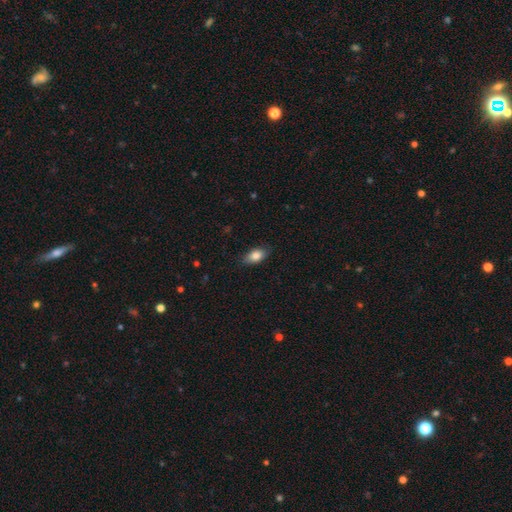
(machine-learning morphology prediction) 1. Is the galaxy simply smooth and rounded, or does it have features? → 84% smooth, 9% featured or disk, 7% star or artifact.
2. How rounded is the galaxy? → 89% in between, 6% round, 5% cigar-shaped.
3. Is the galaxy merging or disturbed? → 82% none, 15% minor disturbance, 3% major disturbance, 1% merger.